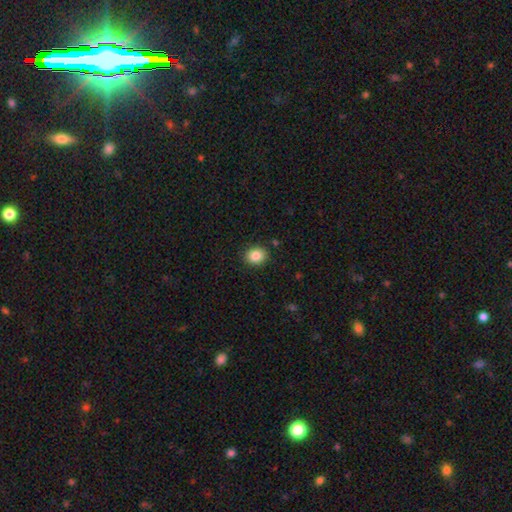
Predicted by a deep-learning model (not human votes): Morphology: type=smooth (85%); roundness=round (64%); merging=none (89%).